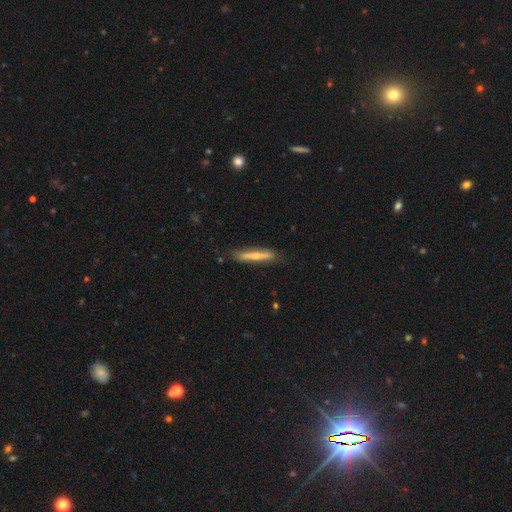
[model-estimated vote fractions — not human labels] A featured or disk galaxy (51%) viewed edge-on (90%). Merging: none (82%).